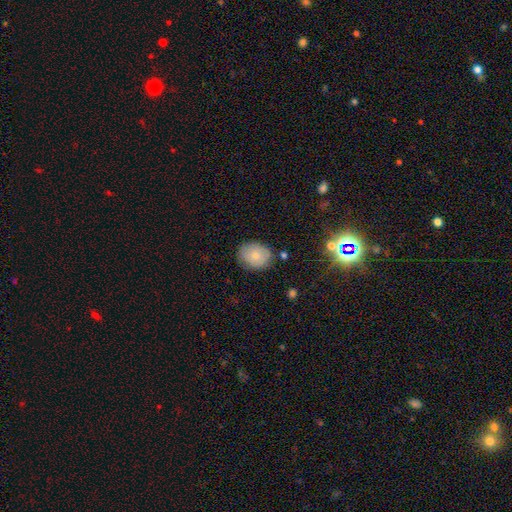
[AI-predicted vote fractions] Smooth or featured: smooth — 77% (featured or disk — 16%)
How rounded: round — 50% (in between — 49%)
Merging: none — 78% (minor disturbance — 17%)